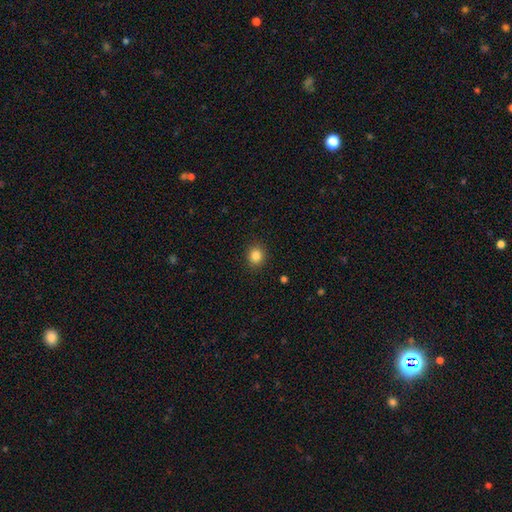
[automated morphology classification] Q: Smooth or featured?
A: smooth (85%); runner-up: star or artifact (11%)
Q: How rounded?
A: round (79%); runner-up: in between (21%)
Q: Merging?
A: none (90%); runner-up: minor disturbance (7%)